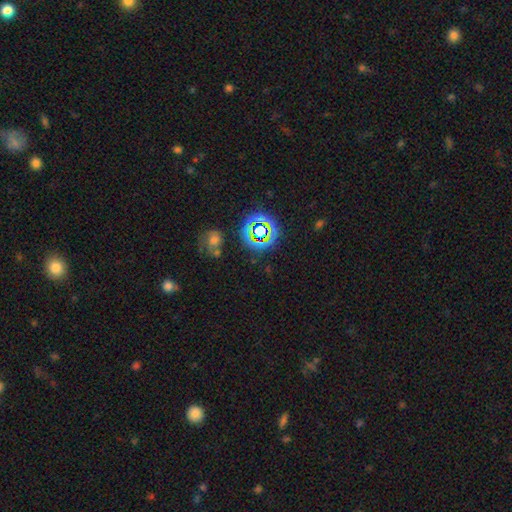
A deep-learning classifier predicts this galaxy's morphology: Overall: star or artifact (65%).